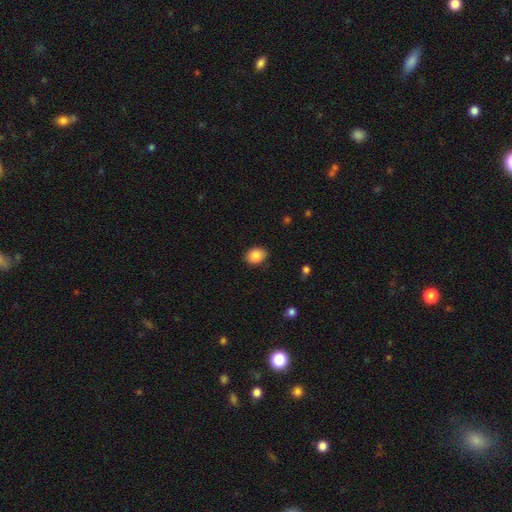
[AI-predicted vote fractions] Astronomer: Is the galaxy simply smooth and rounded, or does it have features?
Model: smooth — 86%.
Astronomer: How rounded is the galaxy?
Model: in between — 65%.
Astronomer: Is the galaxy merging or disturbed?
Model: none — 87%.